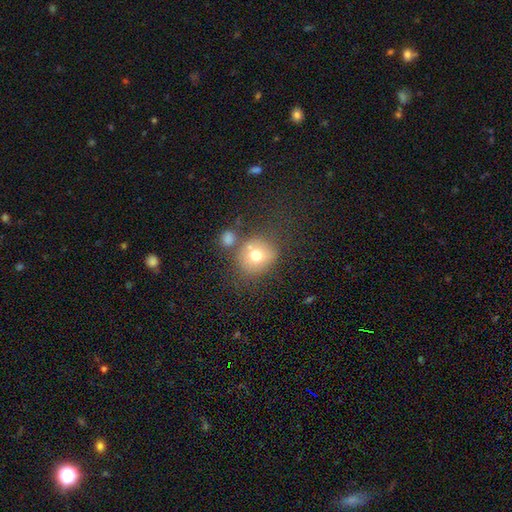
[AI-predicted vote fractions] Overall: smooth (69%). How rounded: round (79%). Merging: none (59%; merger 19%).